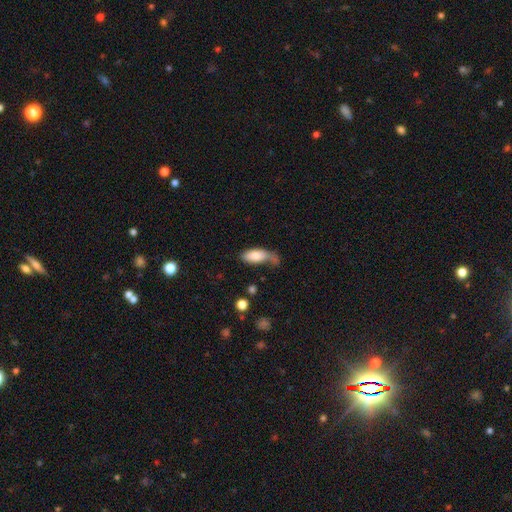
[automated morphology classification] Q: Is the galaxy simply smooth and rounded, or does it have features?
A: smooth — 74%.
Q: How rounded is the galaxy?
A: in between — 84%.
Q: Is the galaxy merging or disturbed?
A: major disturbance — 33%.